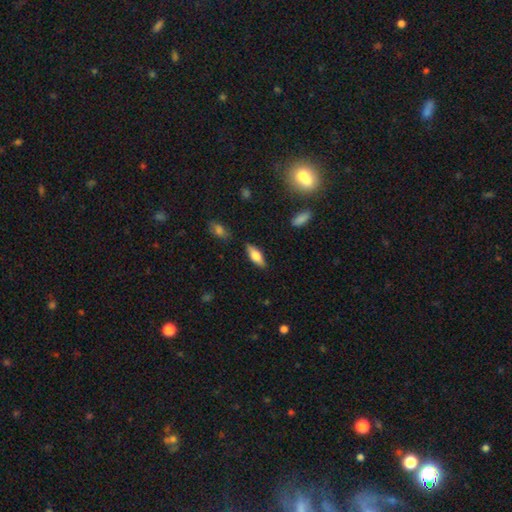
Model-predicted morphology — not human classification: A smooth galaxy with no disk features (66%) that is in between round and cigar-shaped (69%). Merging: none (85%).